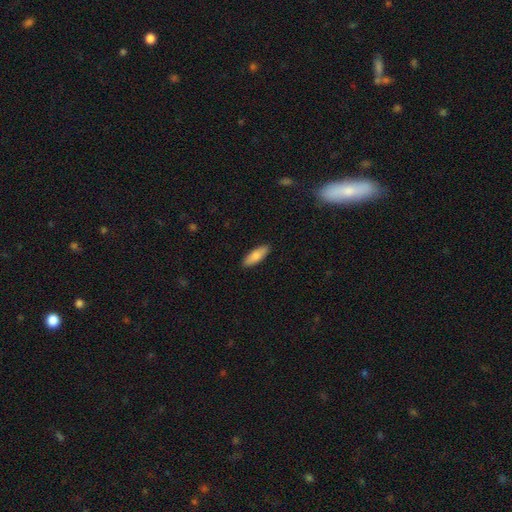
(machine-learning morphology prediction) Smooth or featured? Predicted: smooth (p=0.82). How rounded? Predicted: in between (p=0.62). Merging? Predicted: none (p=0.90).